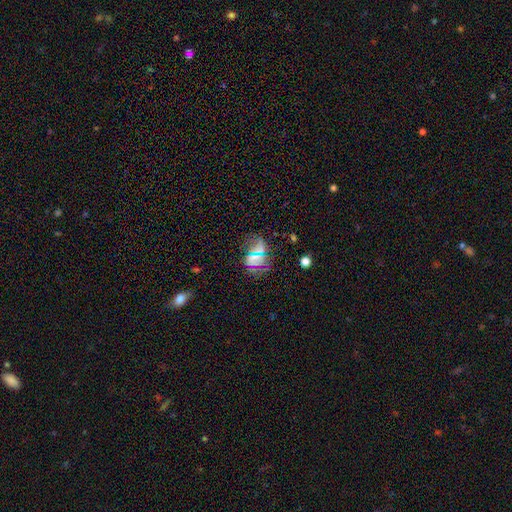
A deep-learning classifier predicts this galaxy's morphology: smooth_or_featured: smooth (p=0.48) [alt: star or artifact p=0.27]
merging: none (p=0.69) [alt: minor disturbance p=0.18]